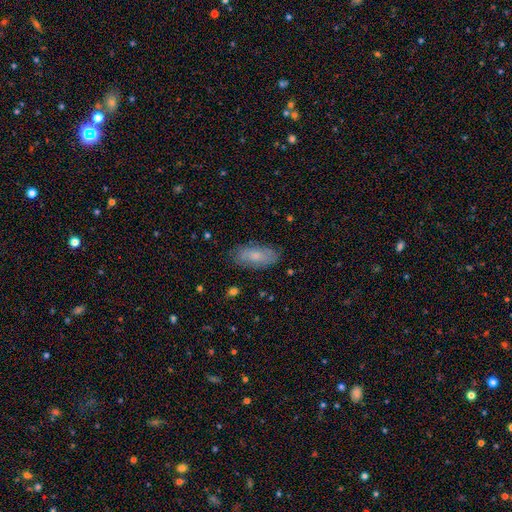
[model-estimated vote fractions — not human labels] Smooth or featured? smooth (65%)
How rounded? in between (85%)
Merging? none (81%)